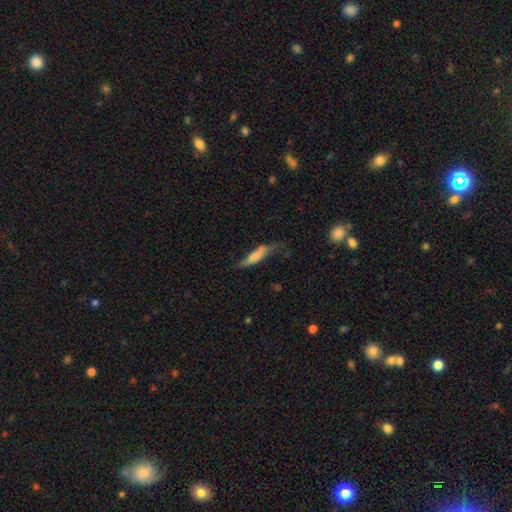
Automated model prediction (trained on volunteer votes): Smooth or featured? smooth (68%)
How rounded? cigar-shaped (68%)
Merging? none (41%)